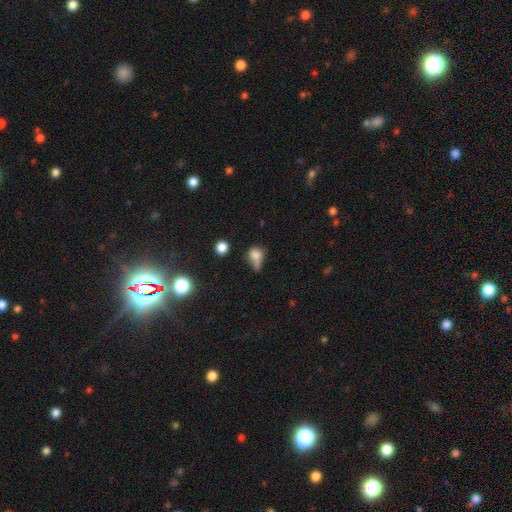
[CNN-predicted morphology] The model was most divided on "merging": none: 33%, minor disturbance: 25%, merger: 22%, major disturbance: 20%. More confident: smooth or featured — smooth (72%); how rounded — round (52%).